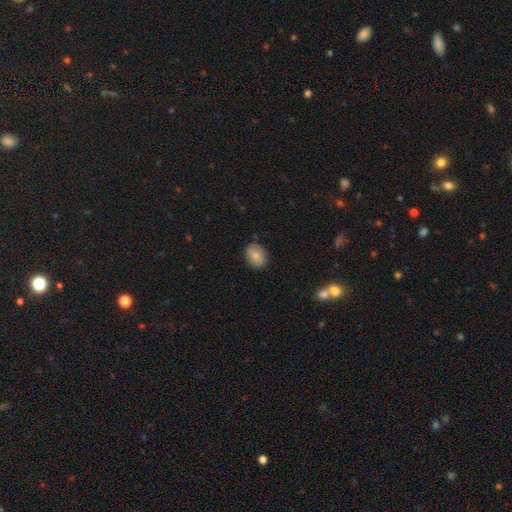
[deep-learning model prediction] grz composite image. It shows a smooth galaxy with no disk features (82%) that is in between round and cigar-shaped (61%). Merging: none (84%).